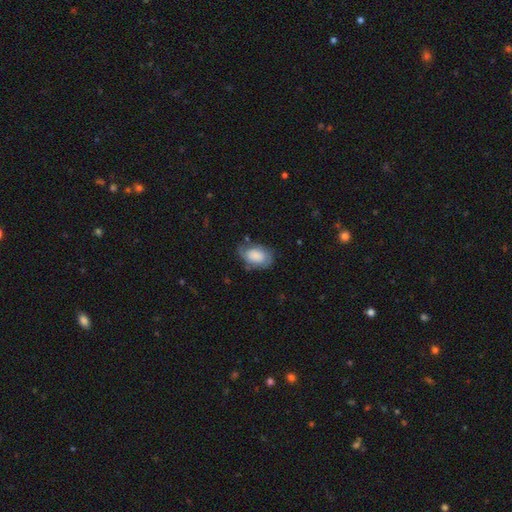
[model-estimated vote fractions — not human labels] The model was most divided on "smooth or featured": smooth: 55%, featured or disk: 37%, star or artifact: 8%. More confident: how rounded — in between (88%); merging — none (59%).